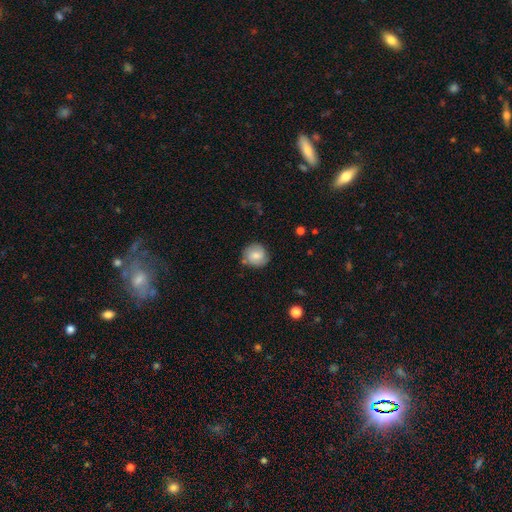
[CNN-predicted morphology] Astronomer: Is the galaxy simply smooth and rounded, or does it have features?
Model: smooth — 63%.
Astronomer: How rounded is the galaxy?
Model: round — 89%.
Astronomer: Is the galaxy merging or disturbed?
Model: none — 77%.